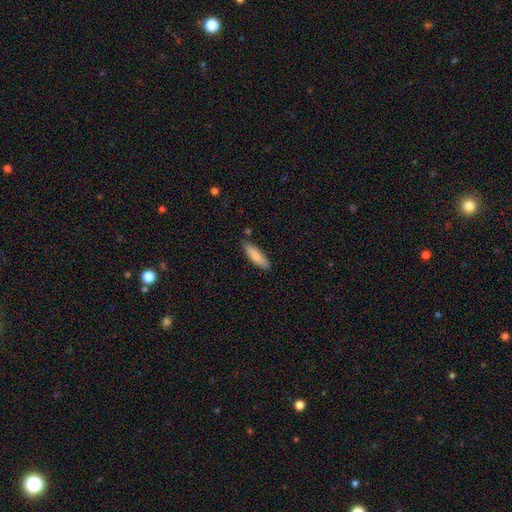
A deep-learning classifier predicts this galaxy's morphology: Smooth or featured? Predicted: smooth (p=0.84). How rounded? Predicted: cigar-shaped (p=0.60). Merging? Predicted: none (p=0.81).